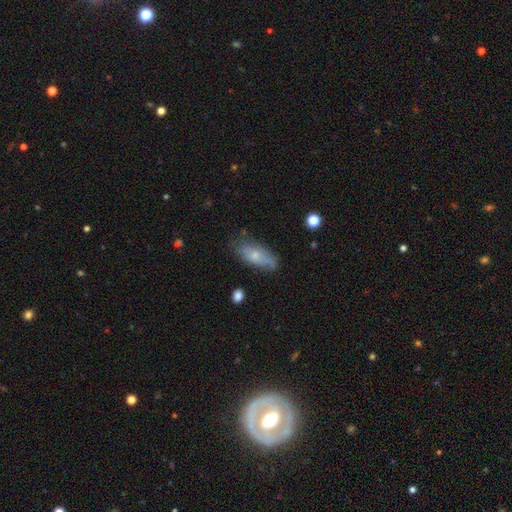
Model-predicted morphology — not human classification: type=smooth (68%); roundness=in between (79%); merging=none (62%).